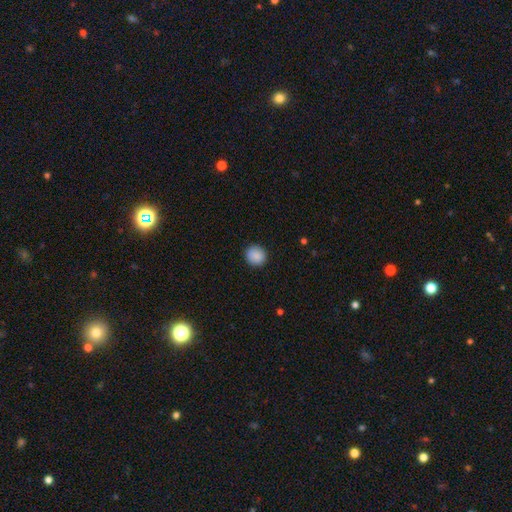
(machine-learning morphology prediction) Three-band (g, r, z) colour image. It shows a smooth galaxy with no disk features (89%) that is round (87%). Merging: none (91%).